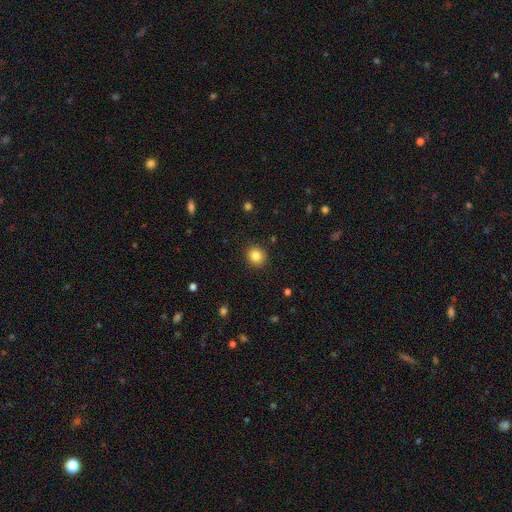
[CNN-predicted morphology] Smooth or featured? smooth (84%)
How rounded? round (79%)
Merging? none (90%)